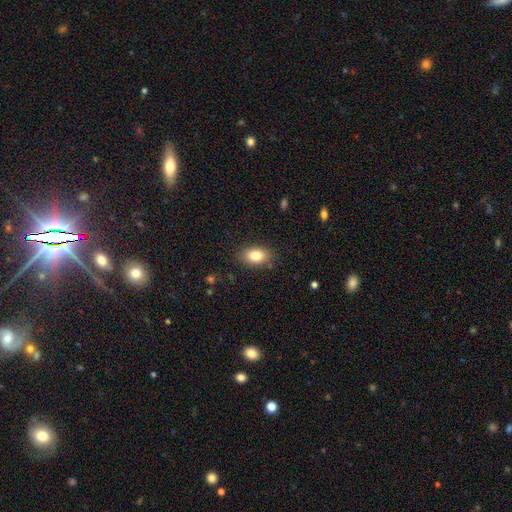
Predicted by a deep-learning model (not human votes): smooth_or_featured: smooth (p=0.82) [alt: featured or disk p=0.09]
how_rounded: in between (p=0.86) [alt: round p=0.13]
merging: none (p=0.84) [alt: minor disturbance p=0.11]